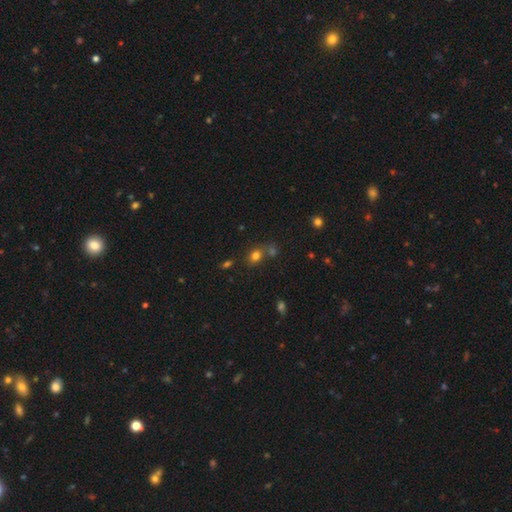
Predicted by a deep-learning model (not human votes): smooth-or-featured: smooth: 76% | star or artifact: 17% | featured or disk: 8%
  how-rounded: in between: 52% | round: 46% | cigar-shaped: 1%
  merging: none: 59% | merger: 24% | minor disturbance: 12% | major disturbance: 5%